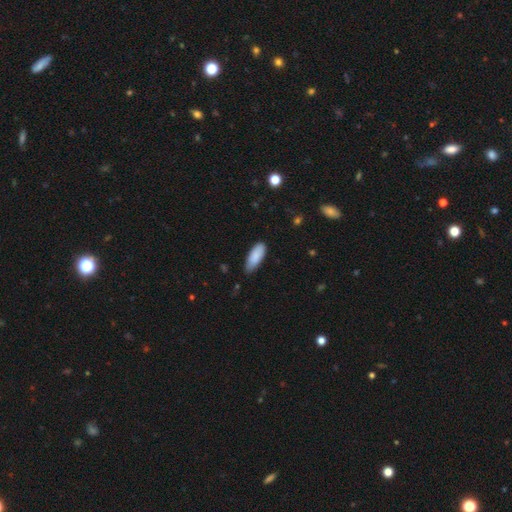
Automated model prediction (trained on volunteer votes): Overall: smooth (88%). How rounded: in between (75%). Merging: none (68%).